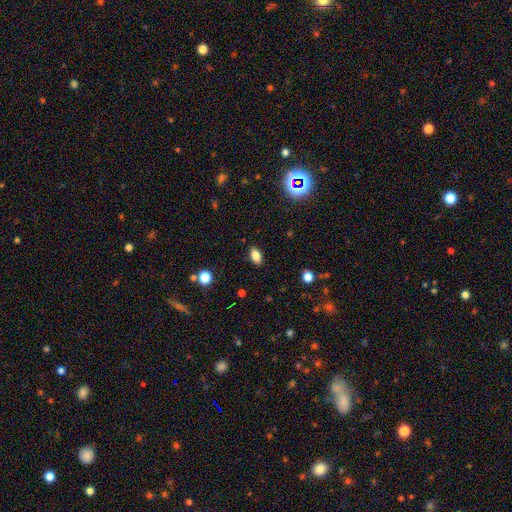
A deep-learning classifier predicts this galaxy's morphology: A smooth galaxy with no disk features (82%) that is in between round and cigar-shaped (89%).

Vote fractions:
- Smooth or featured? smooth: 82% / star or artifact: 11% / featured or disk: 6%
- How rounded? in between: 89% / round: 7% / cigar-shaped: 4%
- Merging? none: 88% / minor disturbance: 8% / major disturbance: 2% / merger: 1%